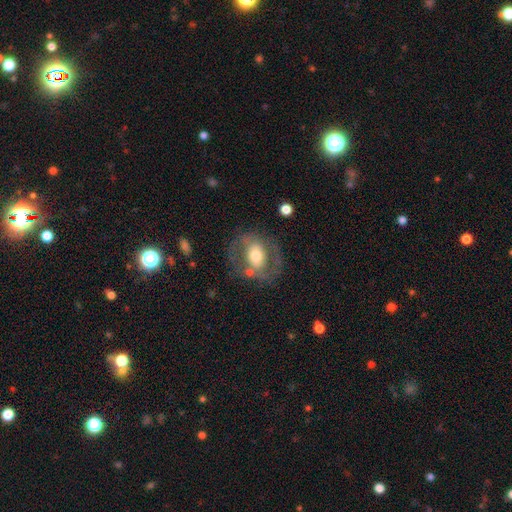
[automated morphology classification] Overall: featured or disk (57%; smooth 37%). Edge-on disk: no (94%). Bar: no (52%; weak 30%). Spiral arms: no (56%; yes 44%). Bulge size: moderate (61%; large 24%). Merging: none (66%).